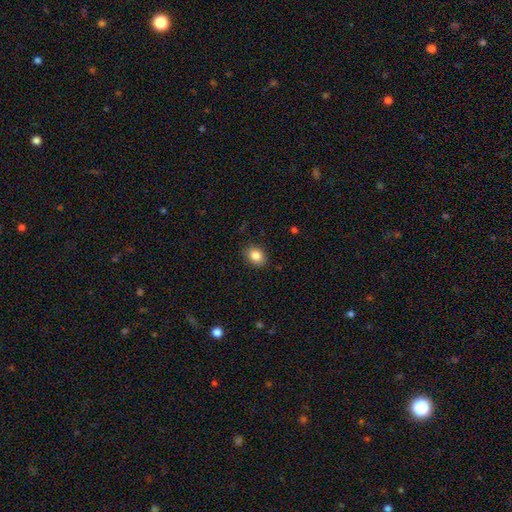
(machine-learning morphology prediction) Q: Smooth or featured?
A: smooth (85%); runner-up: star or artifact (9%)
Q: How rounded?
A: in between (53%); runner-up: round (46%)
Q: Merging?
A: none (88%); runner-up: minor disturbance (9%)